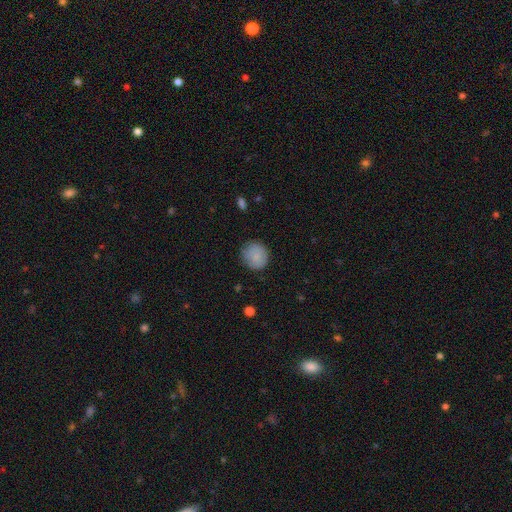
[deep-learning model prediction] Smooth or featured? smooth (84%)
How rounded? round (86%)
Merging? none (81%)